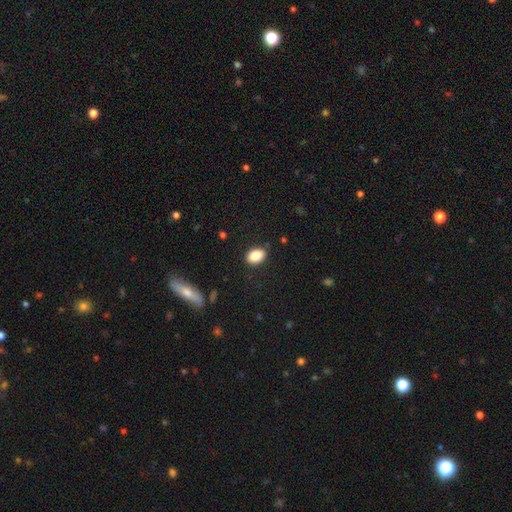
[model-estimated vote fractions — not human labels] A smooth galaxy with no disk features (86%) that is in between round and cigar-shaped (83%).

Vote fractions:
- Smooth or featured? smooth: 86% / star or artifact: 8% / featured or disk: 6%
- How rounded? in between: 83% / round: 15% / cigar-shaped: 1%
- Merging? none: 86% / minor disturbance: 11% / major disturbance: 2% / merger: 1%